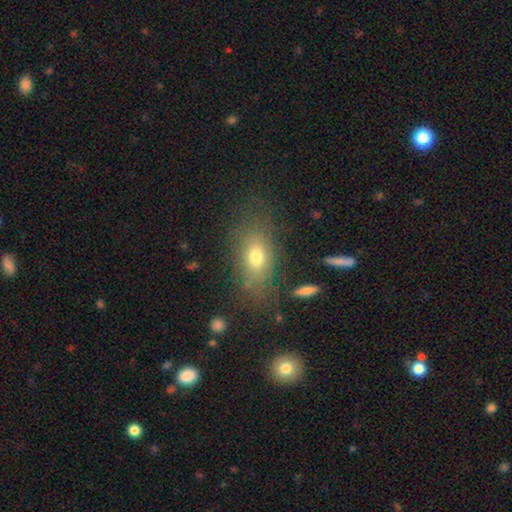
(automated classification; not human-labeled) smooth 67%, featured or disk 20%, star or artifact 13%. Down the decision tree: how rounded — in between (79%); merging — none (74%).